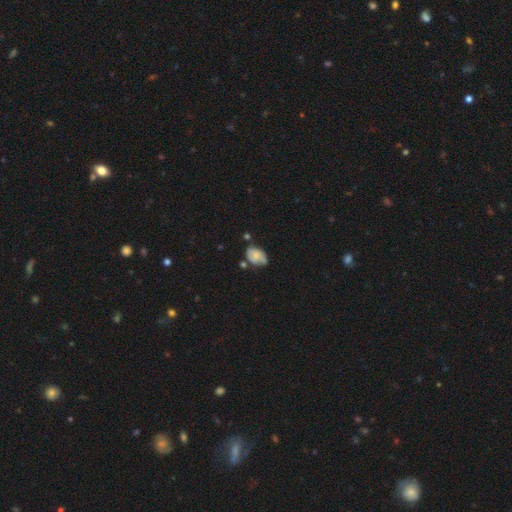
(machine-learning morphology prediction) Smooth or featured?
  - smooth: 59% *
  - featured or disk: 32%
  - star or artifact: 9%
How rounded?
  - in between: 83% *
  - round: 16%
  - cigar-shaped: 1%
Merging?
  - none: 45% *
  - minor disturbance: 33%
  - merger: 12%
  - major disturbance: 10%